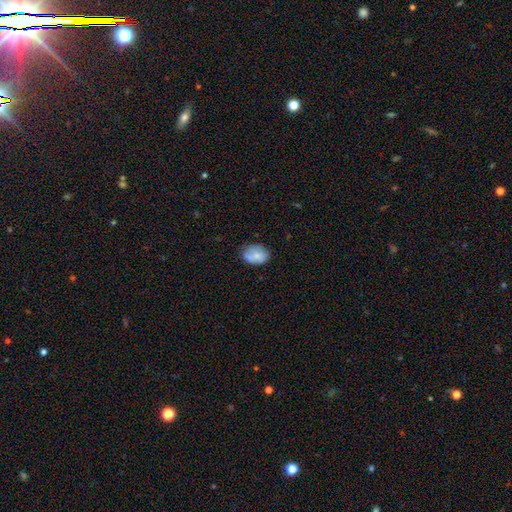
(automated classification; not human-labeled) Q: Smooth or featured?
A: smooth (72%); runner-up: featured or disk (20%)
Q: How rounded?
A: in between (71%); runner-up: round (27%)
Q: Merging?
A: none (60%); runner-up: minor disturbance (26%)